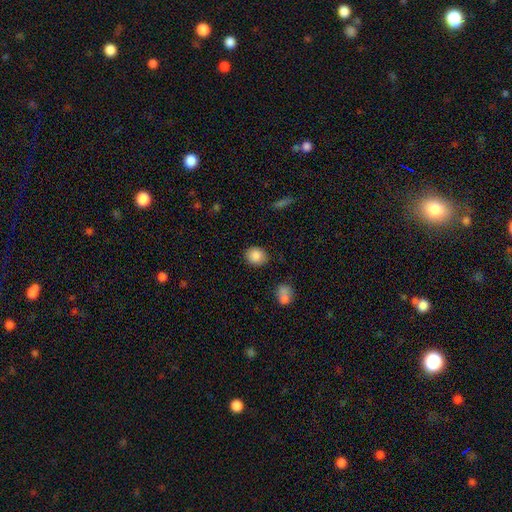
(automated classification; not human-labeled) This appears to be a smooth galaxy with no disk features (87%) that is round (65%). Merging: none (85%).